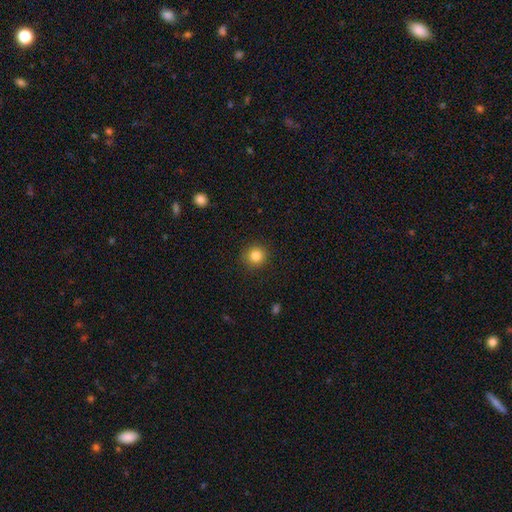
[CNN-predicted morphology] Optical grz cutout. It shows a smooth galaxy with no disk features (84%) that is round (93%). Merging: none (91%).